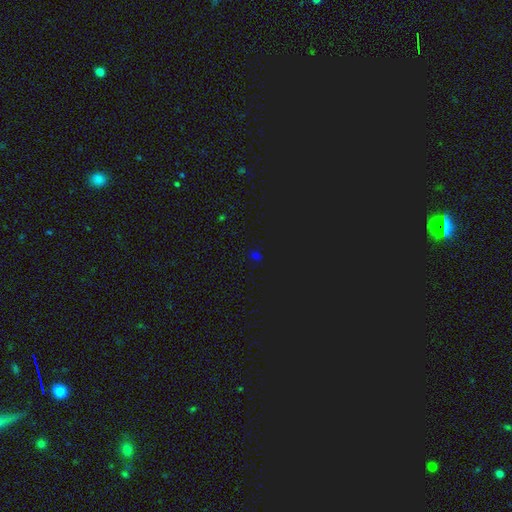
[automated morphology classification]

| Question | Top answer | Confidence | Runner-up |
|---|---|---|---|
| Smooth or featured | star or artifact | 56% | smooth (38%) |